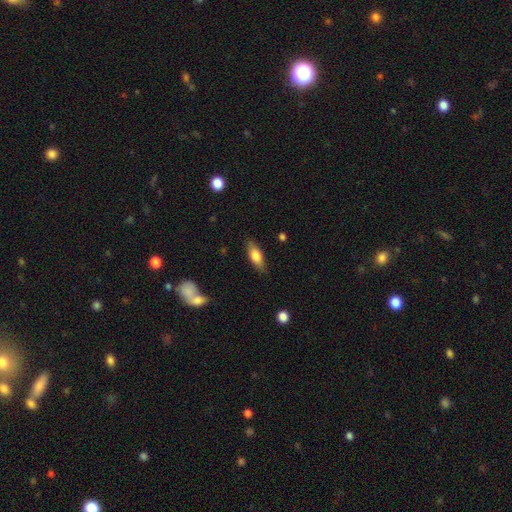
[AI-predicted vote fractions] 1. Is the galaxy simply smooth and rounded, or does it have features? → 75% smooth, 18% featured or disk, 6% star or artifact.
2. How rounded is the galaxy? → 75% in between, 22% cigar-shaped, 3% round.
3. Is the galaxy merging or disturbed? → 82% none, 14% minor disturbance, 3% major disturbance, 2% merger.